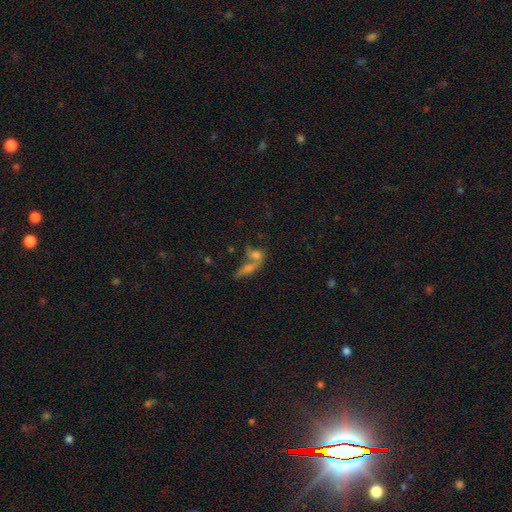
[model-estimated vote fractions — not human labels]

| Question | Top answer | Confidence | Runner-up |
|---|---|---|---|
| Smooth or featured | smooth | 63% | featured or disk (23%) |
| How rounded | in between | 58% | cigar-shaped (23%) |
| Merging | merger | 58% | none (27%) |